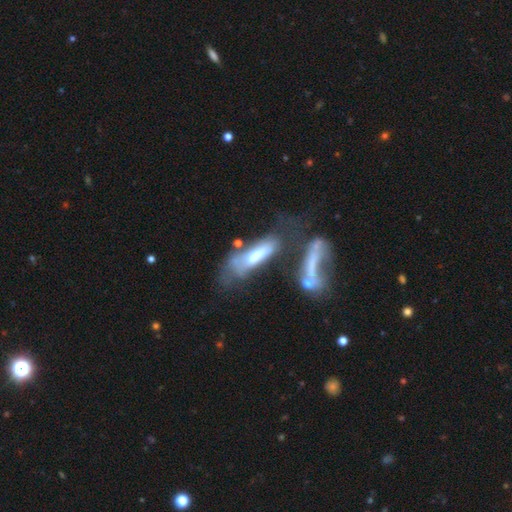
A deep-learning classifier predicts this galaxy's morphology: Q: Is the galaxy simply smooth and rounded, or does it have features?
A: smooth — 47%.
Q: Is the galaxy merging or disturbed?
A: merger — 37%.